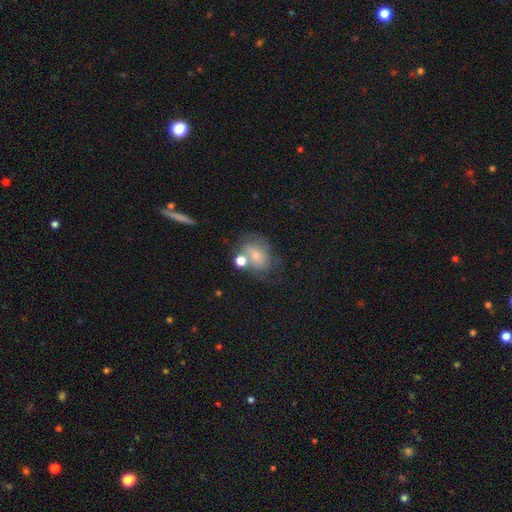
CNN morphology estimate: Smooth or featured? smooth (50%)
Merging? none (40%)